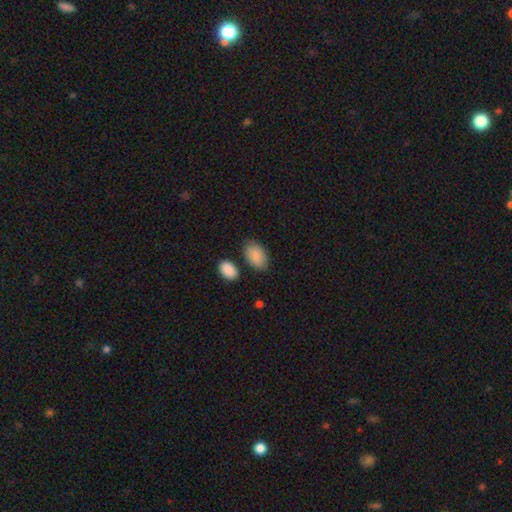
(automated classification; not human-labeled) The model was most divided on "merging": none: 74%, minor disturbance: 17%, merger: 6%, major disturbance: 4%. More confident: how rounded — in between (93%); smooth or featured — smooth (88%).